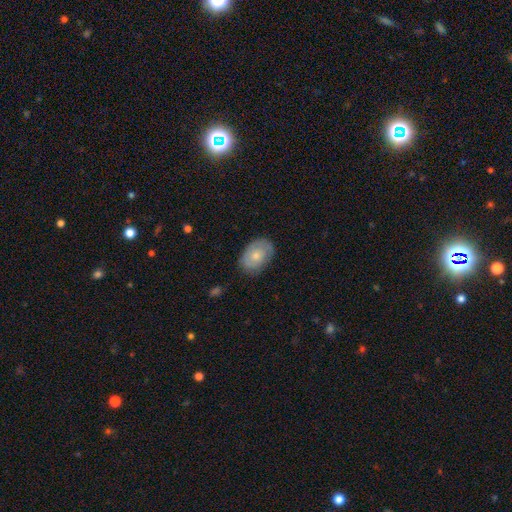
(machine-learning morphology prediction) Smooth or featured?
  - smooth: 63% *
  - featured or disk: 31%
  - star or artifact: 6%
How rounded?
  - in between: 83% *
  - round: 16%
  - cigar-shaped: 1%
Merging?
  - none: 76% *
  - minor disturbance: 19%
  - major disturbance: 4%
  - merger: 1%